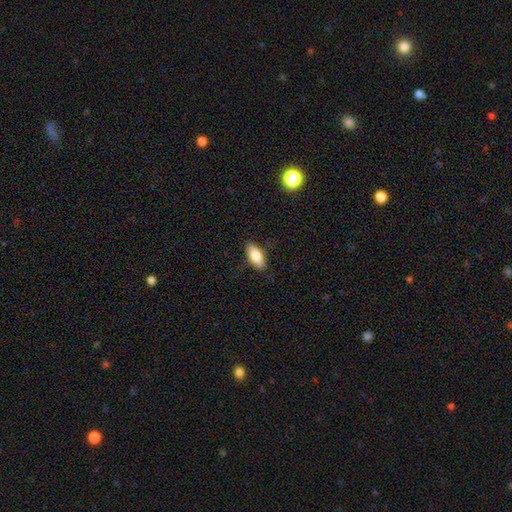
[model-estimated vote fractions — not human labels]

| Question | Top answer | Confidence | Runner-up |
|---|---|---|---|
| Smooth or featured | smooth | 79% | featured or disk (15%) |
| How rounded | in between | 82% | cigar-shaped (16%) |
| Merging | none | 84% | minor disturbance (12%) |